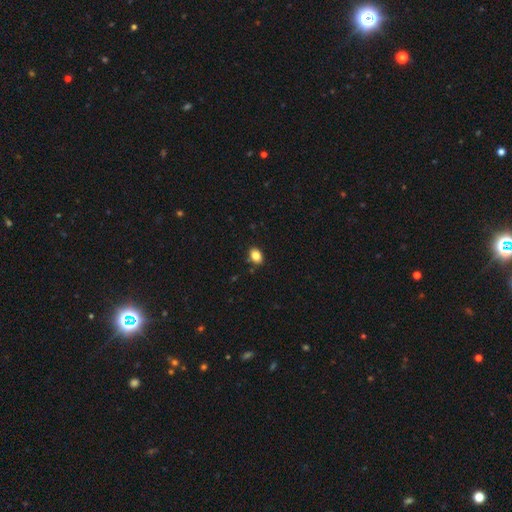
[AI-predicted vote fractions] Smooth or featured? smooth (84%)
How rounded? in between (72%)
Merging? none (85%)